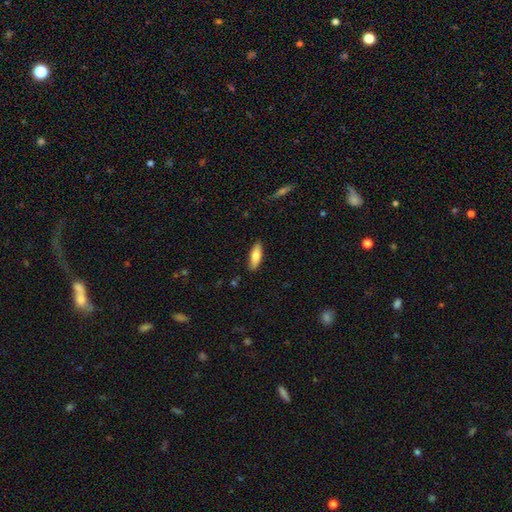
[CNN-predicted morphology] smooth-or-featured: smooth: 76% | featured or disk: 18% | star or artifact: 6%
  how-rounded: in between: 62% | cigar-shaped: 36% | round: 2%
  merging: none: 89% | minor disturbance: 9% | major disturbance: 2% | merger: 1%